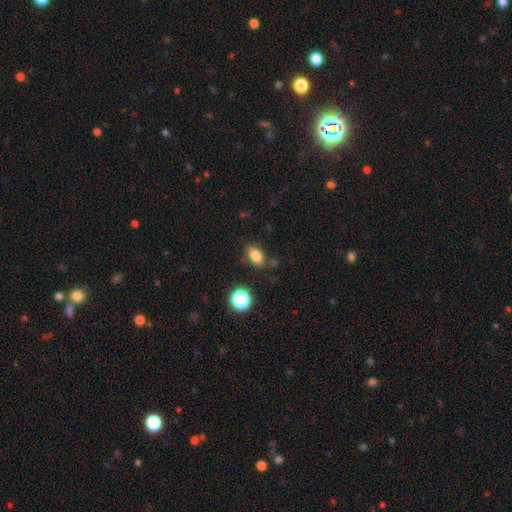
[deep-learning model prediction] A smooth galaxy with no disk features (82%) that is in between round and cigar-shaped (82%). Merging: none (79%).